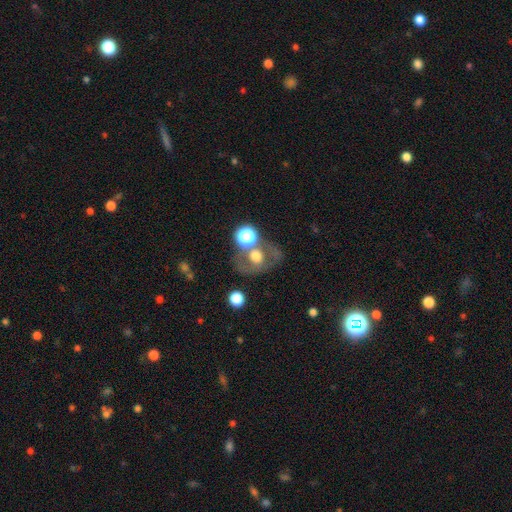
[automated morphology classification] Q: Smooth or featured?
A: smooth (51%); runner-up: featured or disk (35%)
Q: How rounded?
A: round (58%); runner-up: in between (40%)
Q: Merging?
A: none (56%); runner-up: merger (22%)